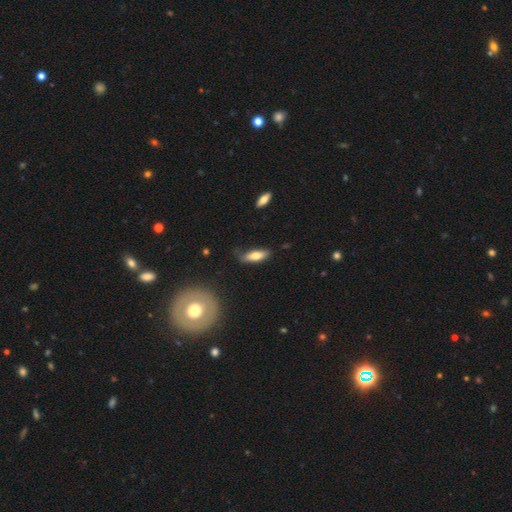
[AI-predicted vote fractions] This appears to be a smooth galaxy with no disk features (72%) that is in between round and cigar-shaped (56%). Merging: none (71%).